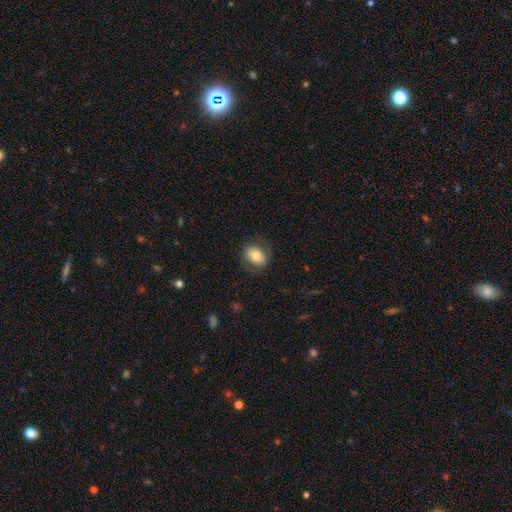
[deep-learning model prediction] This is likely a smooth galaxy (70%). How rounded: likely in between (67%). Merging: likely none (74%).